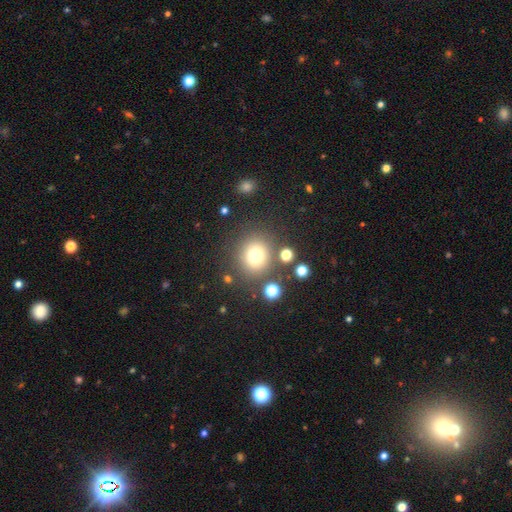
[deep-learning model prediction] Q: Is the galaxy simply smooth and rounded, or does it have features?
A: smooth — 72%.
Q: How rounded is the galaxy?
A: round — 88%.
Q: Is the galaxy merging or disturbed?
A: none — 80%.